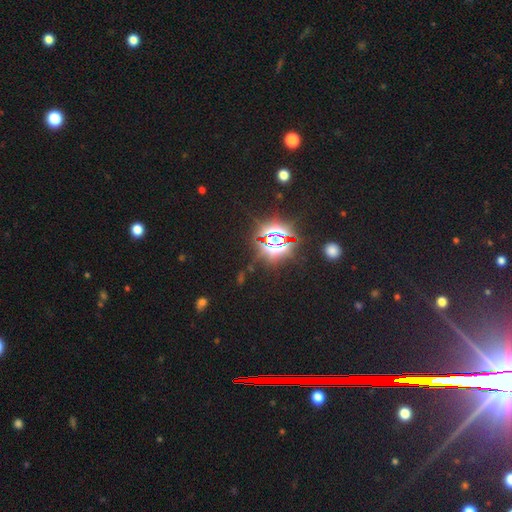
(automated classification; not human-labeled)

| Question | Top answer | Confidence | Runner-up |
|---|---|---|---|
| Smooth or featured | star or artifact | 83% | smooth (10%) |